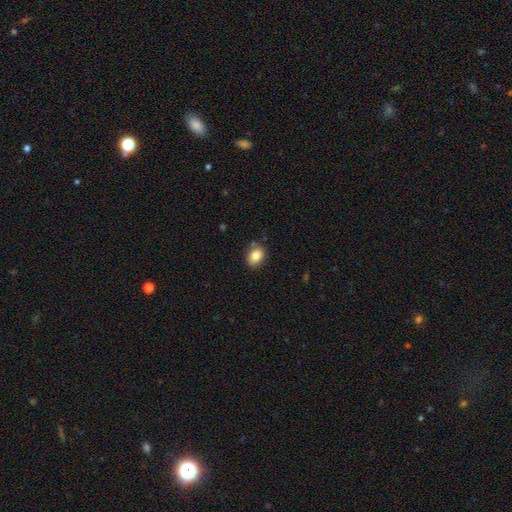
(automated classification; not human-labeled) A smooth galaxy with no disk features (83%) that is in between round and cigar-shaped (71%).

Vote fractions:
- Smooth or featured? smooth: 83% / star or artifact: 9% / featured or disk: 8%
- How rounded? in between: 71% / round: 28% / cigar-shaped: 1%
- Merging? none: 80% / minor disturbance: 13% / merger: 4% / major disturbance: 3%